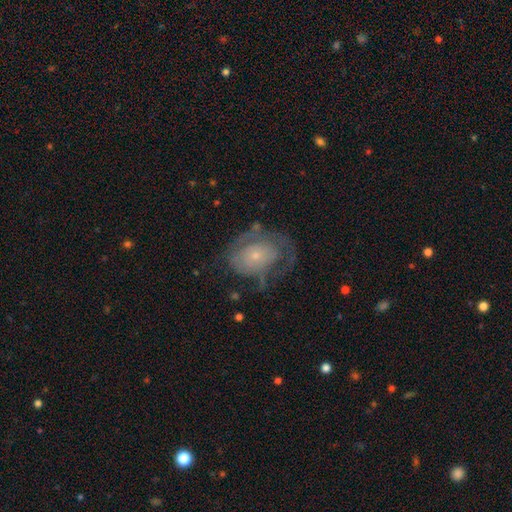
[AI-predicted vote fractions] Morphology: type=featured or disk (61%); edge-on=no (96%); bar=no (82%); spiral arms=yes (62%); bulge=small (74%); merging=none (43%).